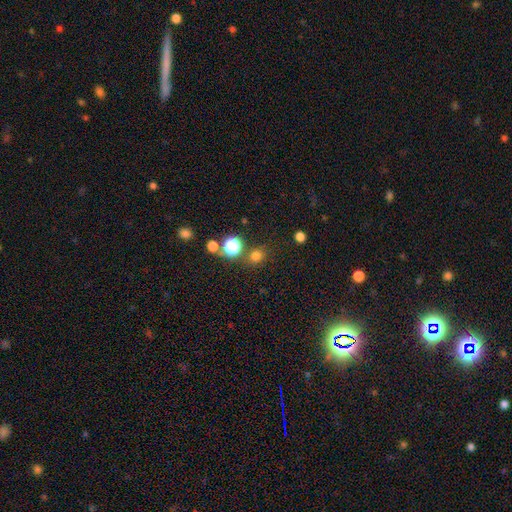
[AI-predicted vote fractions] smooth 72%, star or artifact 22%, featured or disk 5%. Down the decision tree: how rounded — round (79%); merging — none (79%).